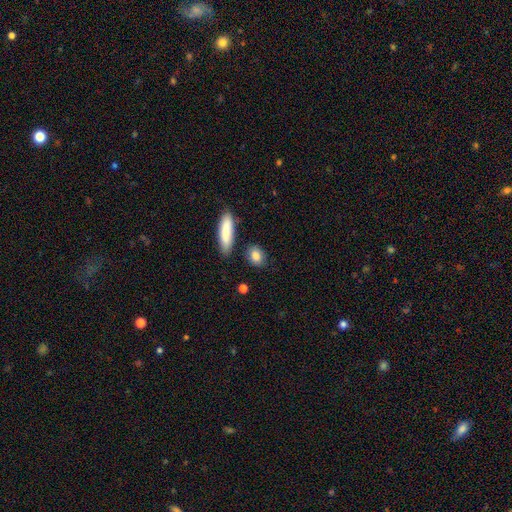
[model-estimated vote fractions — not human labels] Smooth or featured?
  - smooth: 85% *
  - featured or disk: 8%
  - star or artifact: 7%
How rounded?
  - in between: 61% *
  - round: 31%
  - cigar-shaped: 8%
Merging?
  - none: 81% *
  - minor disturbance: 12%
  - merger: 4%
  - major disturbance: 3%